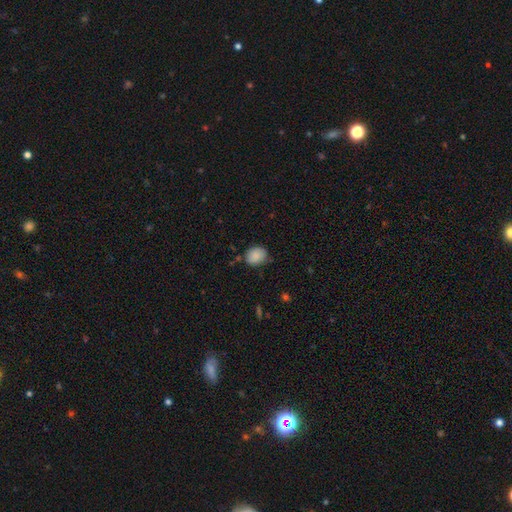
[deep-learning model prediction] smooth_or_featured: smooth (p=0.87) [alt: star or artifact p=0.08]
how_rounded: round (p=0.54) [alt: in between p=0.45]
merging: none (p=0.69) [alt: minor disturbance p=0.23]